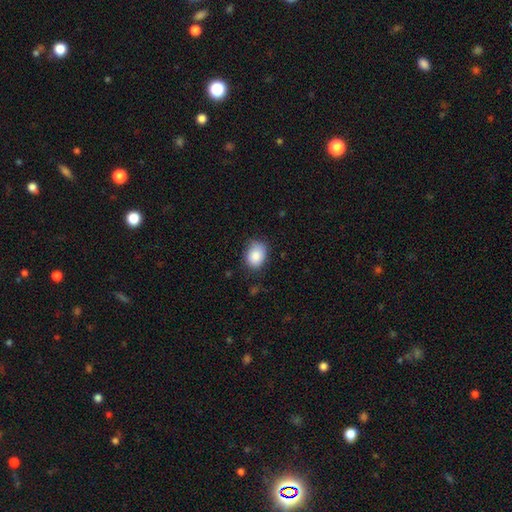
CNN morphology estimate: Smooth or featured?
  - smooth: 87% *
  - star or artifact: 8%
  - featured or disk: 5%
How rounded?
  - in between: 67% *
  - round: 32%
  - cigar-shaped: 1%
Merging?
  - none: 72% *
  - minor disturbance: 23%
  - major disturbance: 4%
  - merger: 1%